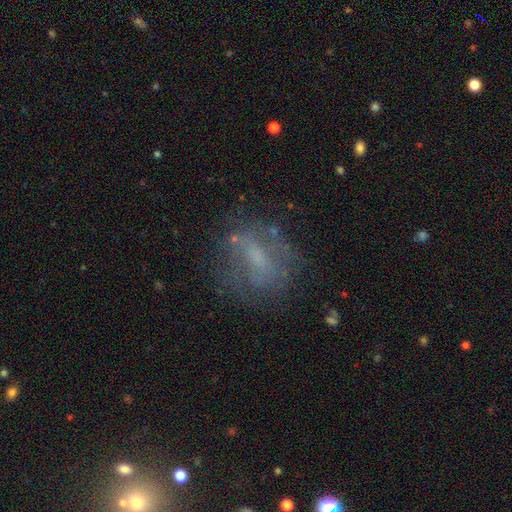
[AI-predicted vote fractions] smooth-or-featured: featured or disk: 47% | smooth: 37% | star or artifact: 17%
  merging: none: 66% | minor disturbance: 18% | major disturbance: 13% | merger: 3%